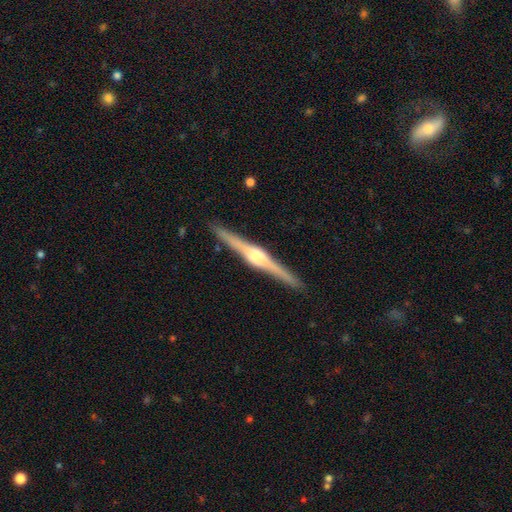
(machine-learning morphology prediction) smooth-or-featured: featured or disk: 86% | smooth: 10% | star or artifact: 4%
  disk-edge-on: yes: 99% | no: 1%
    edge-on-bulge: rounded: 83% | boxy: 14% | none: 4%
  merging: none: 92% | minor disturbance: 6% | major disturbance: 1% | merger: 1%